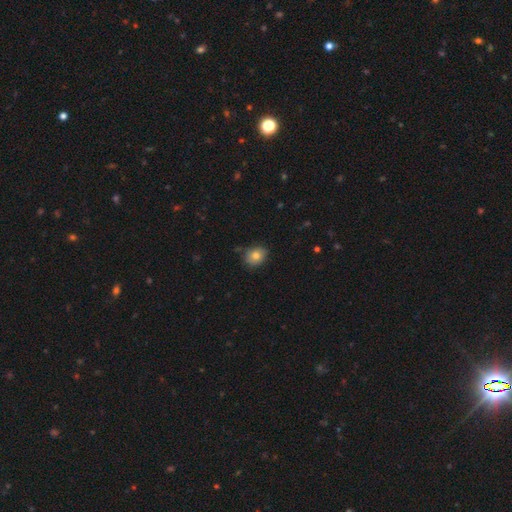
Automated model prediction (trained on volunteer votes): smooth-or-featured: smooth: 79% | featured or disk: 11% | star or artifact: 10%
  how-rounded: round: 60% | in between: 39% | cigar-shaped: 1%
  merging: none: 75% | minor disturbance: 19% | major disturbance: 3% | merger: 2%